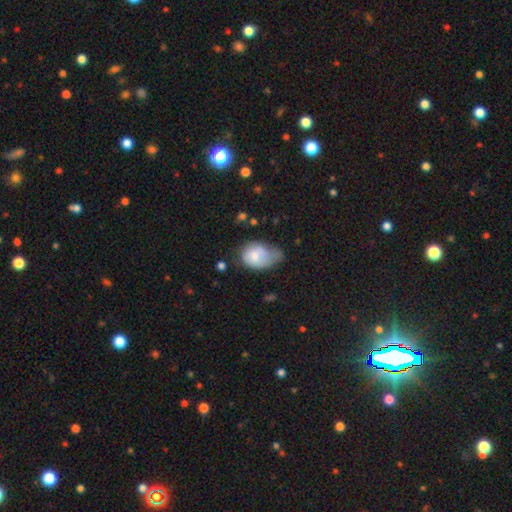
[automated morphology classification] smooth 70%, featured or disk 23%, star or artifact 7%. Down the decision tree: how rounded — in between (76%); merging — minor disturbance (37%).